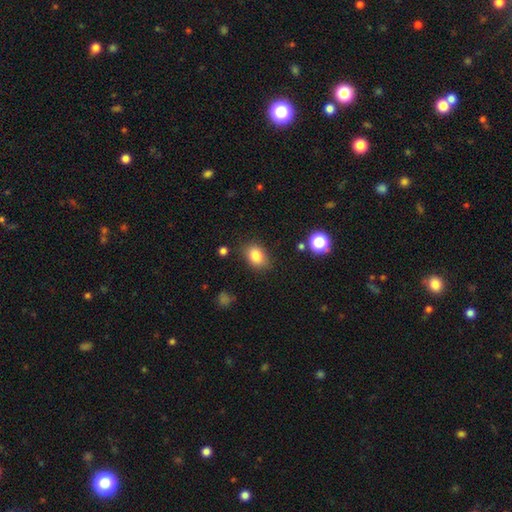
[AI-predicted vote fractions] Morphology: type=smooth (83%); roundness=in between (72%); merging=none (80%).